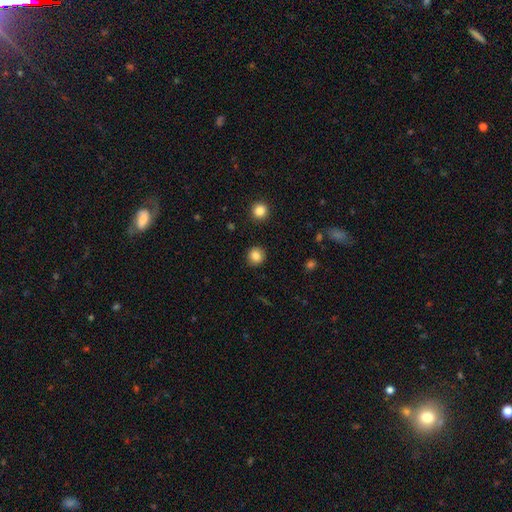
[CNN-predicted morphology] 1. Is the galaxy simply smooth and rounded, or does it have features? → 84% smooth, 11% star or artifact, 5% featured or disk.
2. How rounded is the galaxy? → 91% round, 8% in between, 1% cigar-shaped.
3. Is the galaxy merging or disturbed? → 91% none, 5% minor disturbance, 2% major disturbance, 1% merger.